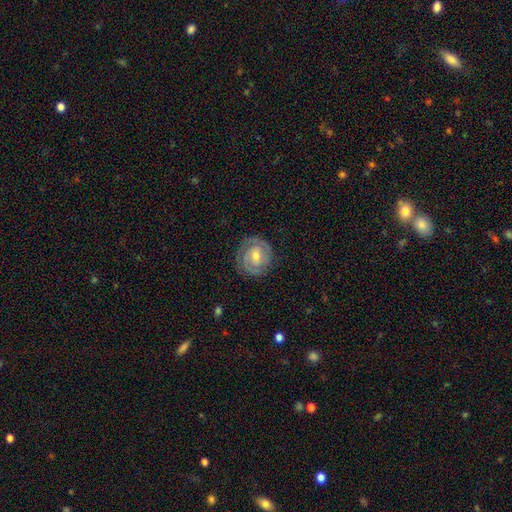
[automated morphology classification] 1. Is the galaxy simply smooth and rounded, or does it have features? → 80% featured or disk, 14% smooth, 5% star or artifact.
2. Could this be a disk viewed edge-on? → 97% no, 3% yes.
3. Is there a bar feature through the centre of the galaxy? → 48% weak, 39% no, 13% strong.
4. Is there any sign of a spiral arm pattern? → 93% yes, 7% no.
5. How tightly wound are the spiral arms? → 71% tight, 24% medium, 5% loose.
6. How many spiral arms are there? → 72% 2, 13% can't tell, 7% 3, 4% 1, 2% 4, 2% more than 4.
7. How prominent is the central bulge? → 61% moderate, 34% small, 3% large, 1% none, 1% dominant.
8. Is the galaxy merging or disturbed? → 81% none, 13% minor disturbance, 5% major disturbance, 1% merger.